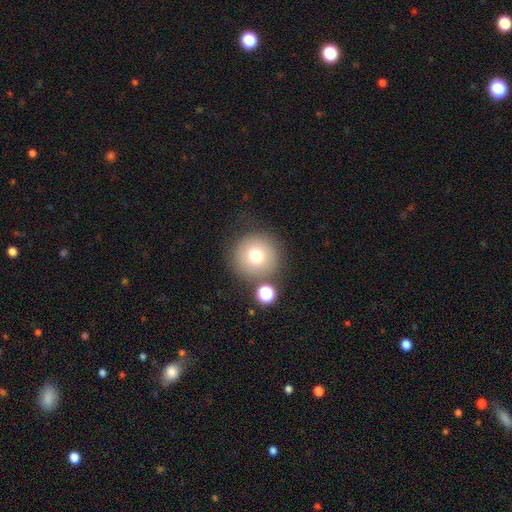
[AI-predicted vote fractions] Overall: smooth (73%). How rounded: round (96%). Merging: none (80%).